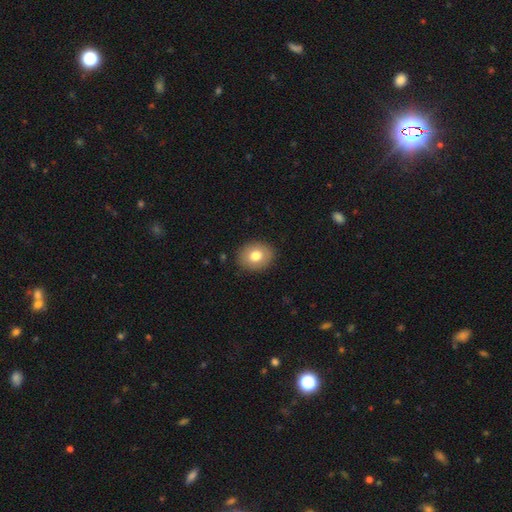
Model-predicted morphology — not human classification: Smooth or featured? smooth (76%)
How rounded? round (53%)
Merging? none (88%)